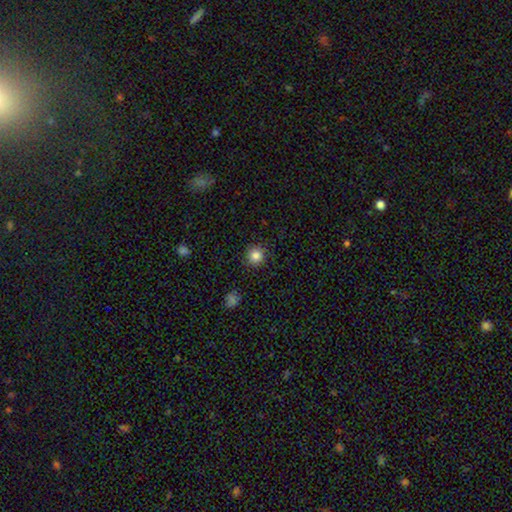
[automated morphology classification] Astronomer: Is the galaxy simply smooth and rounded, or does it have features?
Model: smooth — 85%.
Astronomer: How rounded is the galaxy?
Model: round — 94%.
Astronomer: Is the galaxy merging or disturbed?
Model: none — 90%.